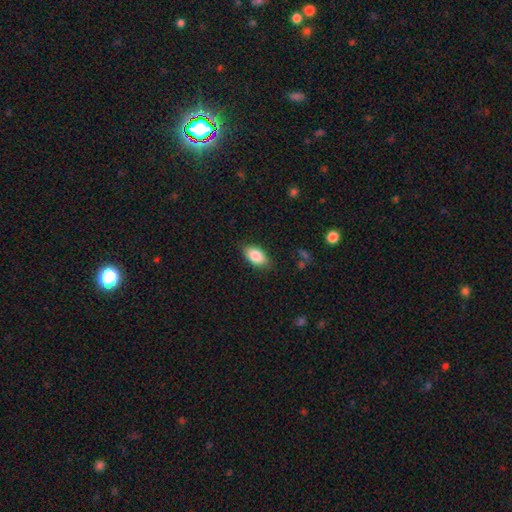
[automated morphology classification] The model was most divided on "merging": none: 84%, minor disturbance: 12%, major disturbance: 3%, merger: 1%. More confident: how rounded — in between (92%); smooth or featured — smooth (86%).